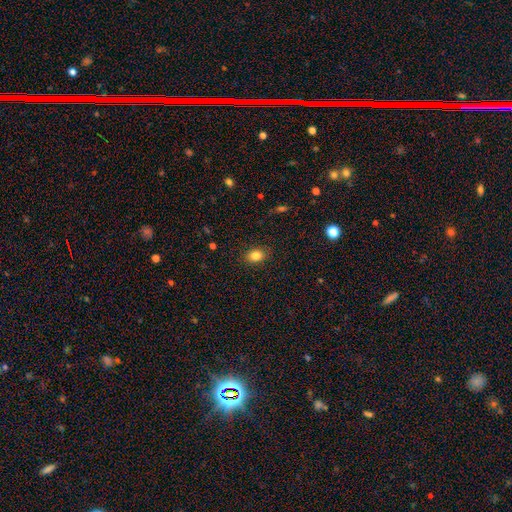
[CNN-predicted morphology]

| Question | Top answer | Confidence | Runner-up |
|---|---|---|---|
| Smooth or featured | smooth | 83% | star or artifact (10%) |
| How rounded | in between | 63% | round (36%) |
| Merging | none | 88% | minor disturbance (9%) |